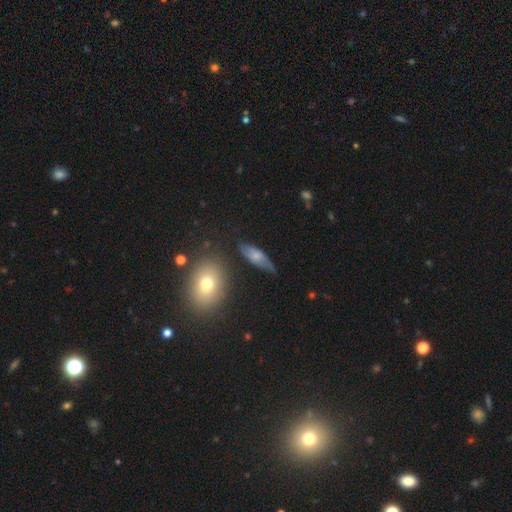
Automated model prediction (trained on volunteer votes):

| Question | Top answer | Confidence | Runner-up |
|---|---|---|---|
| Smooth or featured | smooth | 57% | featured or disk (34%) |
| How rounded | in between | 62% | cigar-shaped (33%) |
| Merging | none | 61% | minor disturbance (27%) |